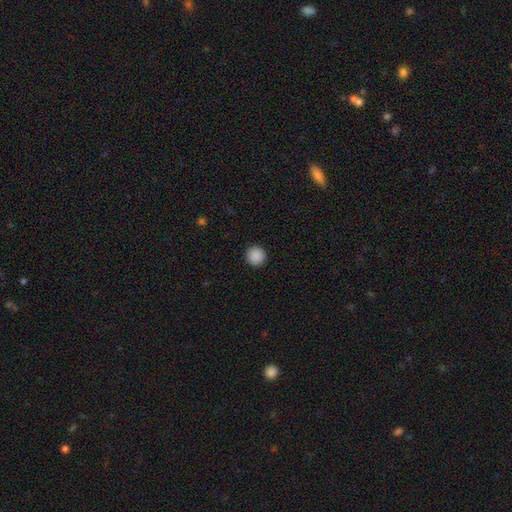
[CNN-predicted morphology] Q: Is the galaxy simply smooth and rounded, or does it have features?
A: smooth — 89%.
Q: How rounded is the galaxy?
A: round — 96%.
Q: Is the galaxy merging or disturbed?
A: none — 93%.